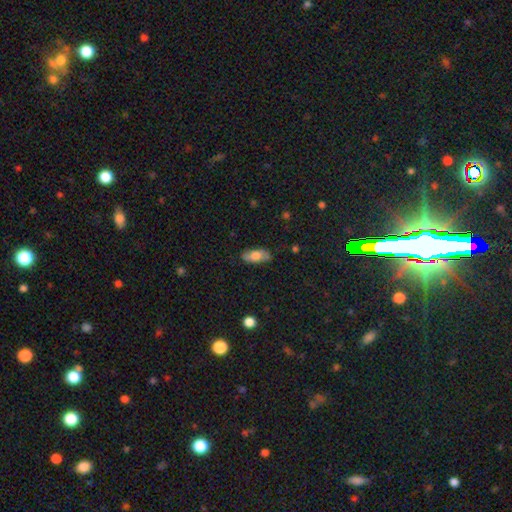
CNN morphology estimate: Smooth or featured? smooth (71%)
How rounded? in between (82%)
Merging? none (82%)